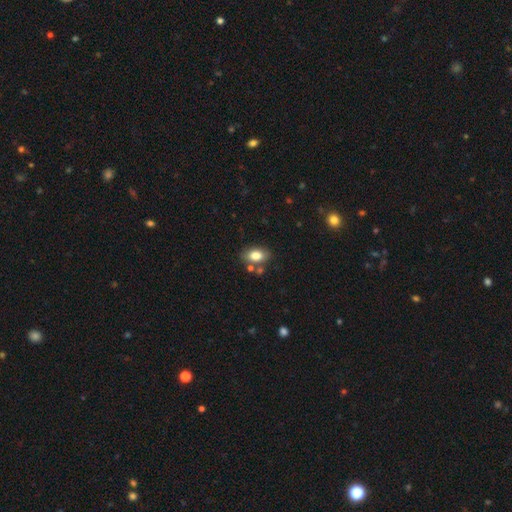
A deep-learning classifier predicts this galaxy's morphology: Smooth or featured?
  - smooth: 81% *
  - featured or disk: 10%
  - star or artifact: 8%
How rounded?
  - in between: 86% *
  - round: 12%
  - cigar-shaped: 2%
Merging?
  - none: 73% *
  - minor disturbance: 13%
  - merger: 10%
  - major disturbance: 3%